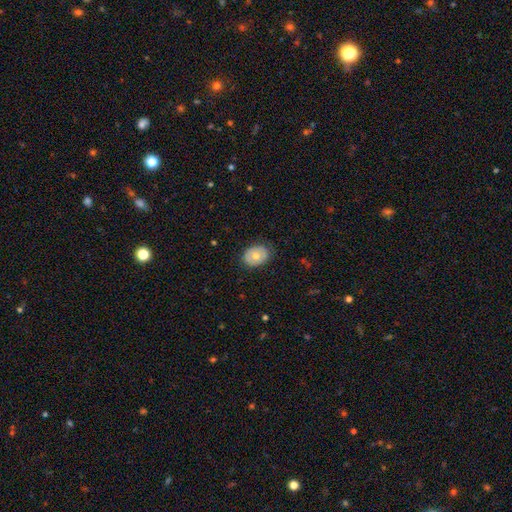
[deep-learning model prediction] A smooth galaxy with no disk features (65%) that is in between round and cigar-shaped (67%). Merging: none (81%).